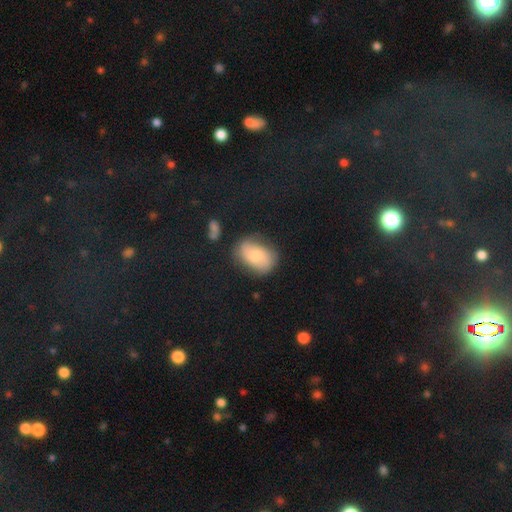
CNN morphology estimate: smooth 53%, featured or disk 39%, star or artifact 8%. Down the decision tree: how rounded — in between (79%); merging — none (66%).